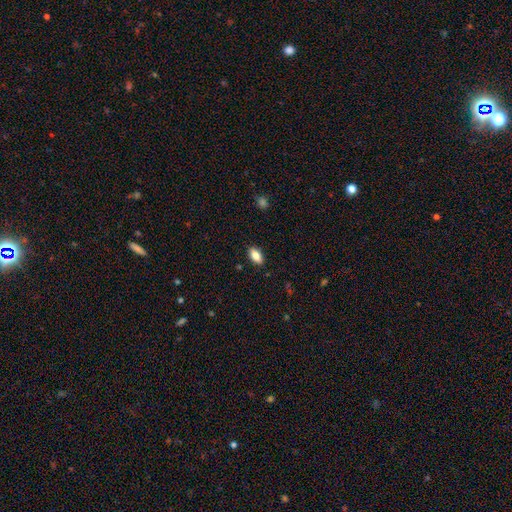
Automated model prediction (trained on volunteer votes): Morphology: type=smooth (81%); roundness=in between (90%); merging=none (88%).